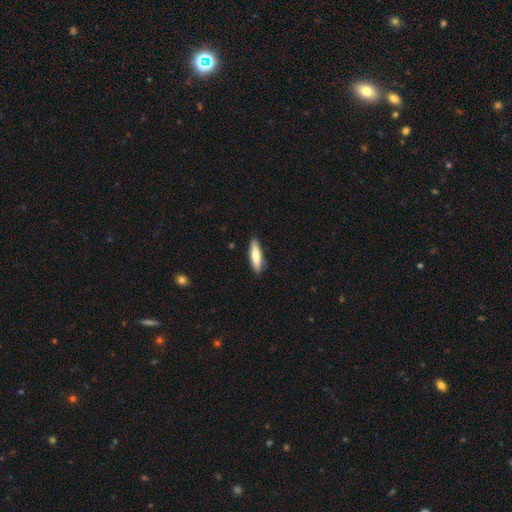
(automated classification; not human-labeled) Q: Smooth or featured?
A: smooth (75%); runner-up: featured or disk (19%)
Q: How rounded?
A: cigar-shaped (70%); runner-up: in between (28%)
Q: Merging?
A: none (87%); runner-up: minor disturbance (10%)